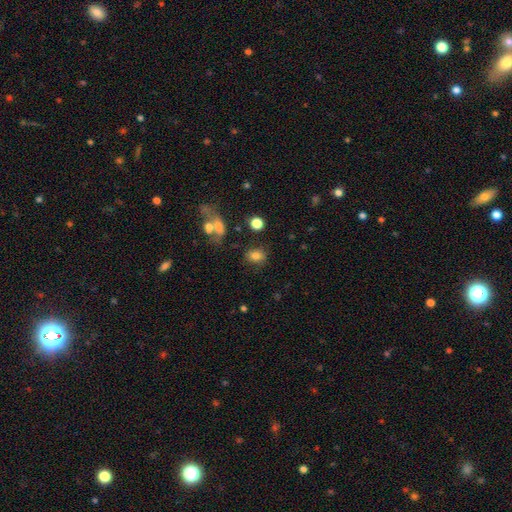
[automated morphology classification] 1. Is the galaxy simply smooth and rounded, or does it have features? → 78% smooth, 12% star or artifact, 9% featured or disk.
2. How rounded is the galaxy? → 53% in between, 45% round, 2% cigar-shaped.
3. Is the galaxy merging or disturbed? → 74% none, 13% minor disturbance, 7% merger, 5% major disturbance.